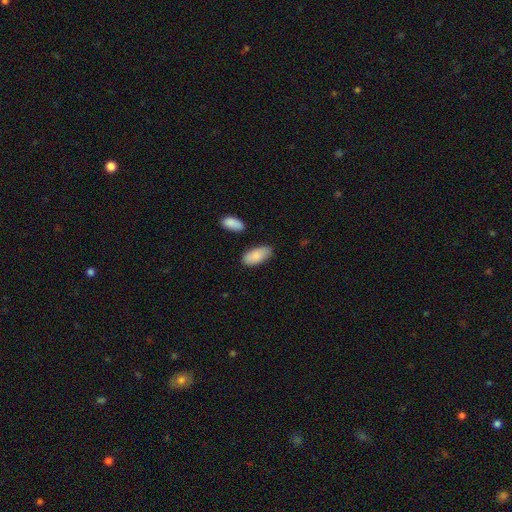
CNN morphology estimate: Smooth or featured?
  - smooth: 87% *
  - featured or disk: 7%
  - star or artifact: 6%
How rounded?
  - in between: 93% *
  - cigar-shaped: 5%
  - round: 2%
Merging?
  - none: 79% *
  - minor disturbance: 14%
  - merger: 4%
  - major disturbance: 3%